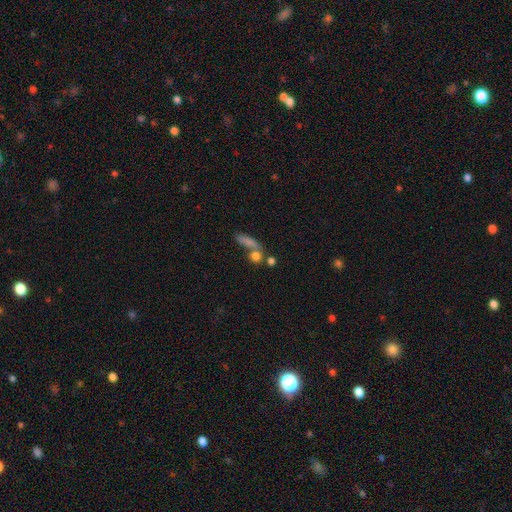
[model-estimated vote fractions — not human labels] smooth-or-featured: smooth: 75% | star or artifact: 13% | featured or disk: 12%
  how-rounded: round: 65% | in between: 21% | cigar-shaped: 14%
  merging: none: 53% | merger: 30% | minor disturbance: 10% | major disturbance: 7%